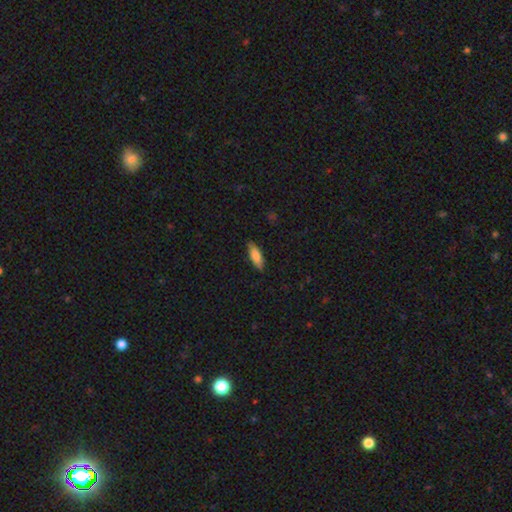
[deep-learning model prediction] smooth_or_featured: smooth (p=0.78) [alt: featured or disk p=0.16]
how_rounded: in between (p=0.57) [alt: cigar-shaped p=0.41]
merging: none (p=0.85) [alt: minor disturbance p=0.12]